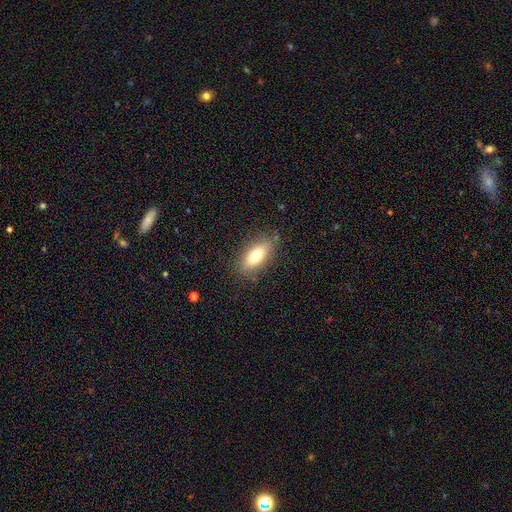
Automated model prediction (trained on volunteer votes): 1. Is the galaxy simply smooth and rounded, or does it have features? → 74% smooth, 18% featured or disk, 8% star or artifact.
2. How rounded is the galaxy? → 81% in between, 15% cigar-shaped, 4% round.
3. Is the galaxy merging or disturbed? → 83% none, 12% minor disturbance, 4% major disturbance, 2% merger.